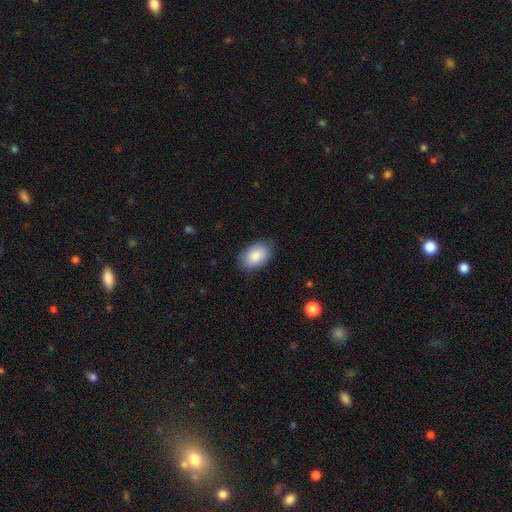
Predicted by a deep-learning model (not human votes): A smooth galaxy with no disk features (87%) that is in between round and cigar-shaped (92%).

Vote fractions:
- Smooth or featured? smooth: 87% / featured or disk: 7% / star or artifact: 6%
- How rounded? in between: 92% / round: 7% / cigar-shaped: 1%
- Merging? none: 82% / minor disturbance: 14% / major disturbance: 3% / merger: 1%